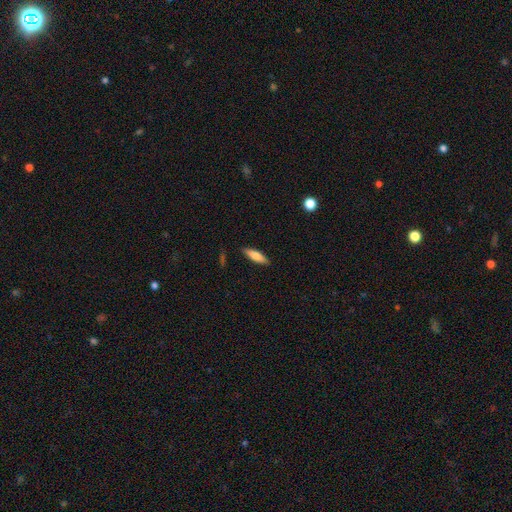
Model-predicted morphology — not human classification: A smooth galaxy with no disk features (70%) that is cigar-shaped (63%).

Vote fractions:
- Smooth or featured? smooth: 70% / featured or disk: 24% / star or artifact: 6%
- How rounded? cigar-shaped: 63% / in between: 35% / round: 2%
- Merging? none: 87% / minor disturbance: 9% / major disturbance: 2% / merger: 1%